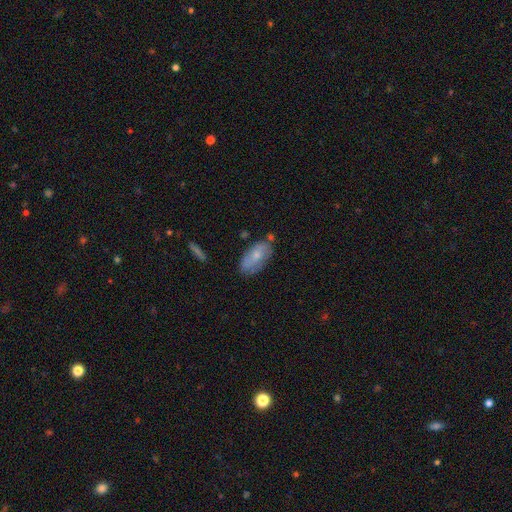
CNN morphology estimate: Q: Smooth or featured?
A: smooth (66%); runner-up: featured or disk (28%)
Q: How rounded?
A: in between (91%); runner-up: cigar-shaped (6%)
Q: Merging?
A: none (62%); runner-up: minor disturbance (26%)